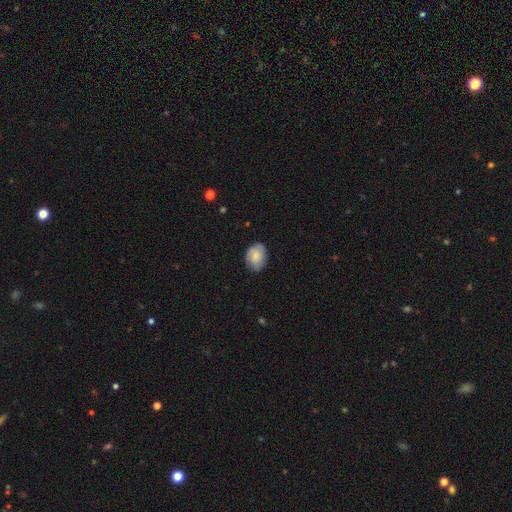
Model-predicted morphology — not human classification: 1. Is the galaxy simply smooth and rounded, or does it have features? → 70% smooth, 23% featured or disk, 7% star or artifact.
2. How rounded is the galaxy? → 67% in between, 32% round, 1% cigar-shaped.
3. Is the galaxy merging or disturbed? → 75% none, 20% minor disturbance, 4% major disturbance, 1% merger.